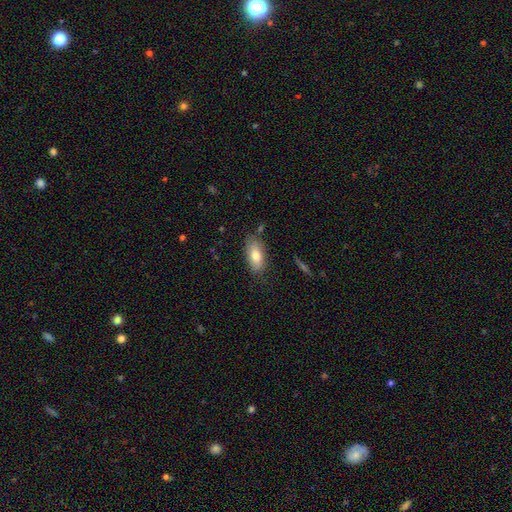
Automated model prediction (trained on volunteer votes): Smooth or featured: smooth — 77% (featured or disk — 16%)
How rounded: in between — 89% (cigar-shaped — 7%)
Merging: none — 76% (minor disturbance — 17%)